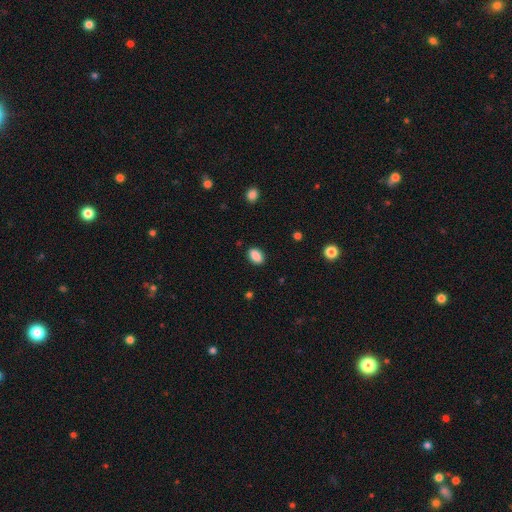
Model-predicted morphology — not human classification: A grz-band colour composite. It shows a smooth galaxy with no disk features (89%) that is in between round and cigar-shaped (89%). Merging: none (88%).